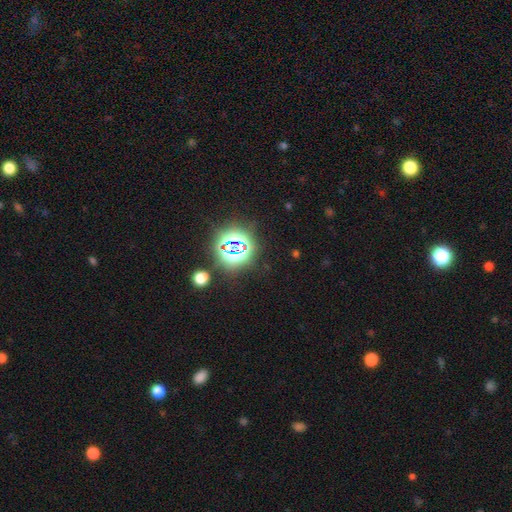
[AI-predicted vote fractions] Morphology: type=star or artifact (81%).